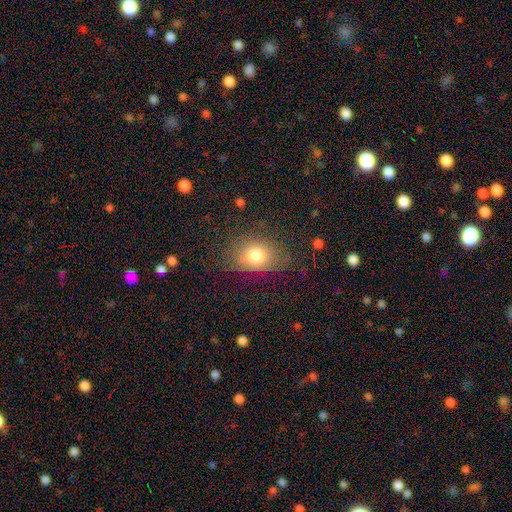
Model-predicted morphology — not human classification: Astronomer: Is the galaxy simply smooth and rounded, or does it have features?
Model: smooth — 75%.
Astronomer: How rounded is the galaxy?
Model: in between — 62%.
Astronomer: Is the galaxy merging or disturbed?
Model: none — 69%.